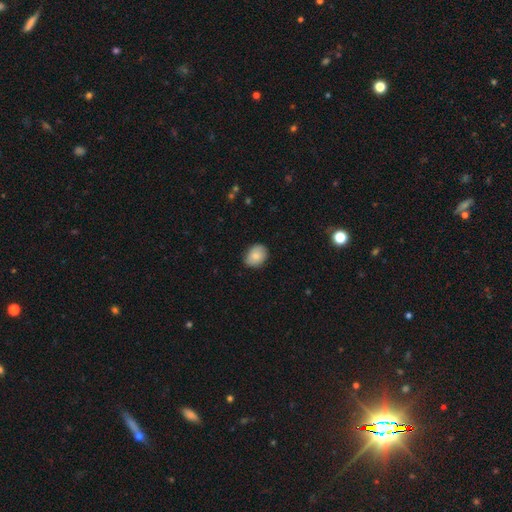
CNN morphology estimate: smooth-or-featured: smooth: 83% | featured or disk: 10% | star or artifact: 7%
  how-rounded: in between: 57% | round: 42% | cigar-shaped: 1%
  merging: none: 81% | minor disturbance: 15% | major disturbance: 2% | merger: 1%